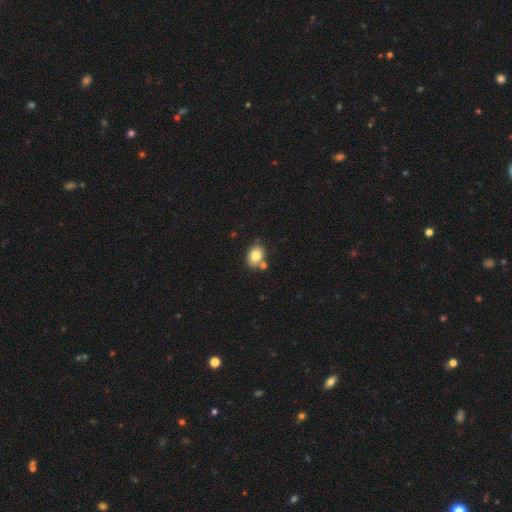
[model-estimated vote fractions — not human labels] smooth-or-featured: smooth: 78% | featured or disk: 12% | star or artifact: 9%
  how-rounded: in between: 70% | round: 29% | cigar-shaped: 1%
  merging: none: 62% | merger: 21% | minor disturbance: 14% | major disturbance: 4%